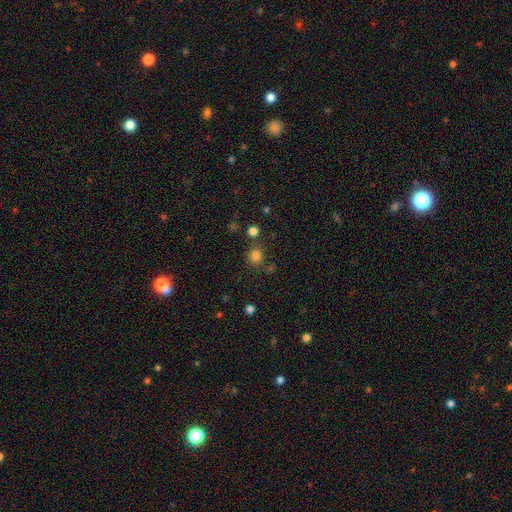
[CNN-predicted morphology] A smooth galaxy with no disk features (79%) that is round (90%). Merging: none (78%).